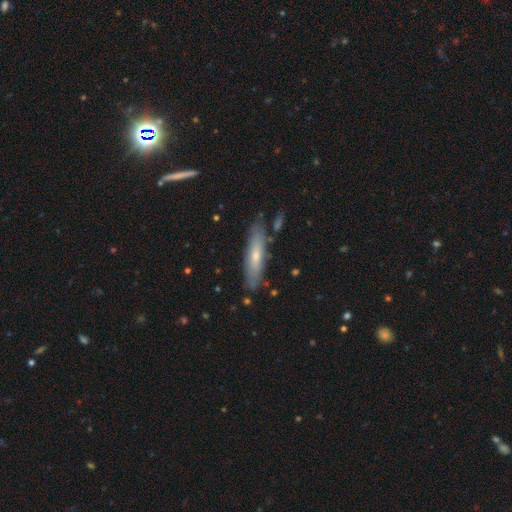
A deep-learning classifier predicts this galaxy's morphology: This appears to be a smooth galaxy with no disk features (52%) that is cigar-shaped (76%). Merging: none (81%).